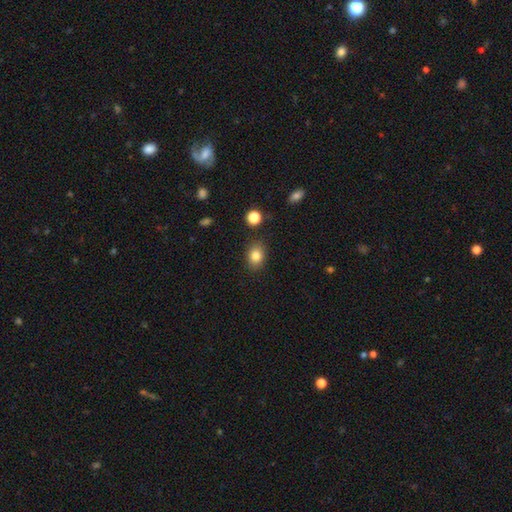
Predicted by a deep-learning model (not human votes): Morphology: type=smooth (83%); roundness=in between (62%); merging=none (86%).